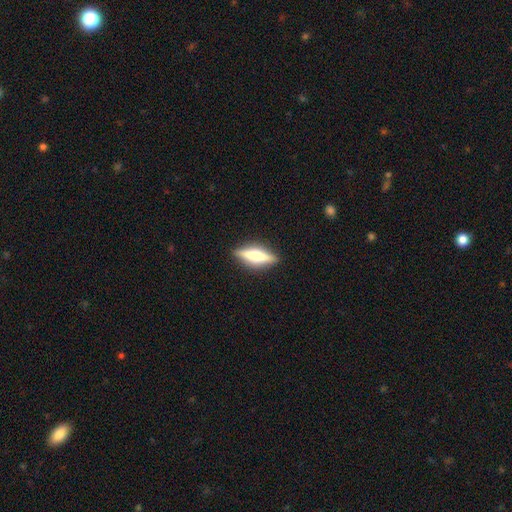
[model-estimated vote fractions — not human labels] This is possibly a featured or disk galaxy (56%). It is clearly viewed edge-on (95%). Edge-on bulge: likely rounded (77%). Merging: clearly none (90%).